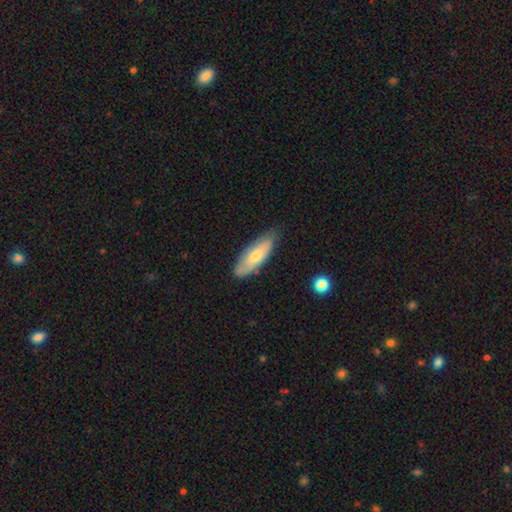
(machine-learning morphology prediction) smooth-or-featured: smooth: 63% | featured or disk: 31% | star or artifact: 6%
  how-rounded: in between: 64% | cigar-shaped: 34% | round: 2%
  merging: none: 72% | minor disturbance: 23% | major disturbance: 4% | merger: 2%